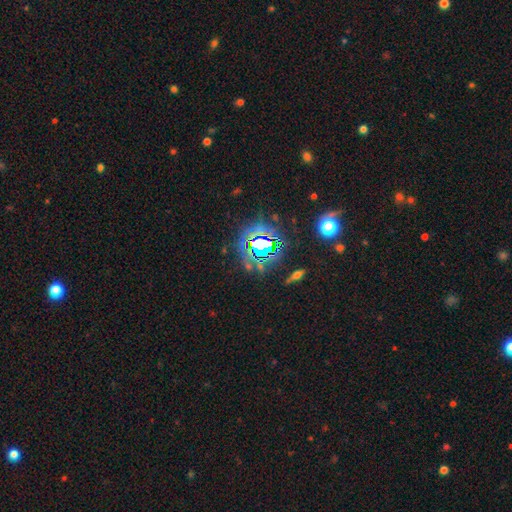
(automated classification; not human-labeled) smooth_or_featured: star or artifact (p=0.80) [alt: smooth p=0.11]